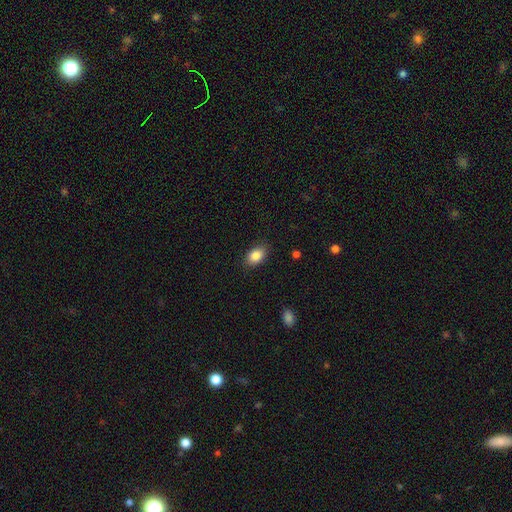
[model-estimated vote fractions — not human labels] Smooth or featured? Predicted: smooth (p=0.86). How rounded? Predicted: in between (p=0.85). Merging? Predicted: none (p=0.86).